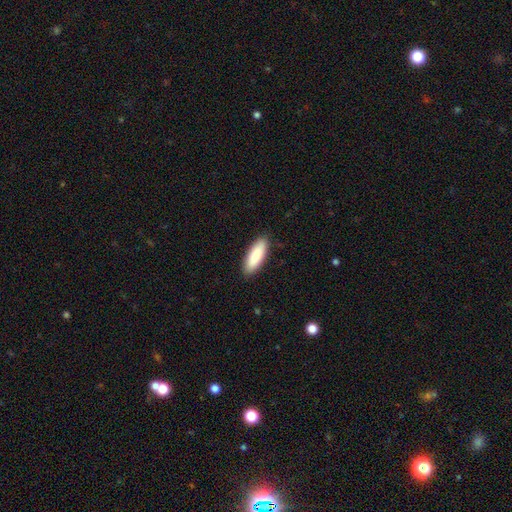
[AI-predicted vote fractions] A smooth galaxy with no disk features (89%) that is in between round and cigar-shaped (63%).

Vote fractions:
- Smooth or featured? smooth: 89% / featured or disk: 6% / star or artifact: 5%
- How rounded? in between: 63% / cigar-shaped: 35% / round: 1%
- Merging? none: 89% / minor disturbance: 8% / major disturbance: 2% / merger: 1%